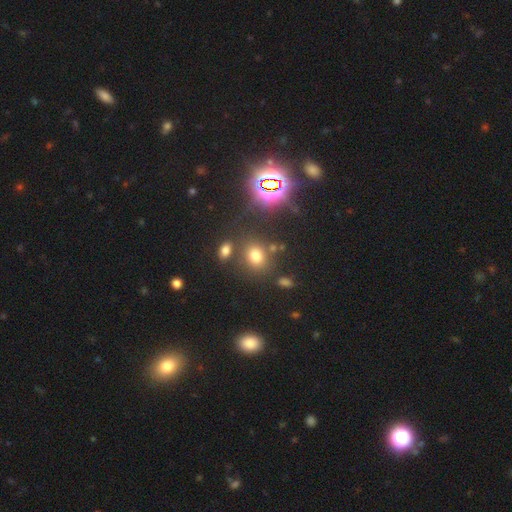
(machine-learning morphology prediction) Overall: smooth (69%). How rounded: round (52%; in between 46%). Merging: none (71%).